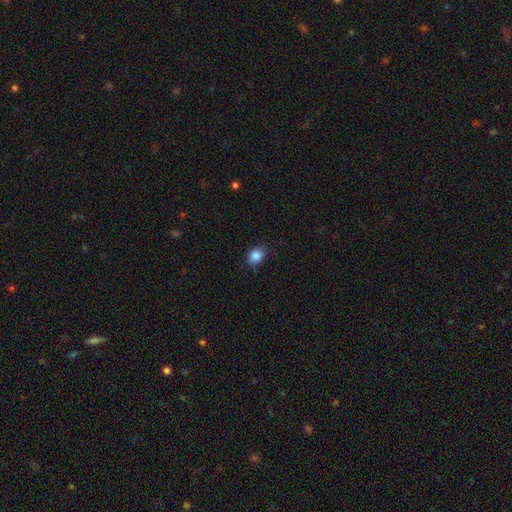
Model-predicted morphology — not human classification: Smooth or featured: smooth — 87% (star or artifact — 9%)
How rounded: in between — 50% (round — 49%)
Merging: none — 82% (minor disturbance — 14%)